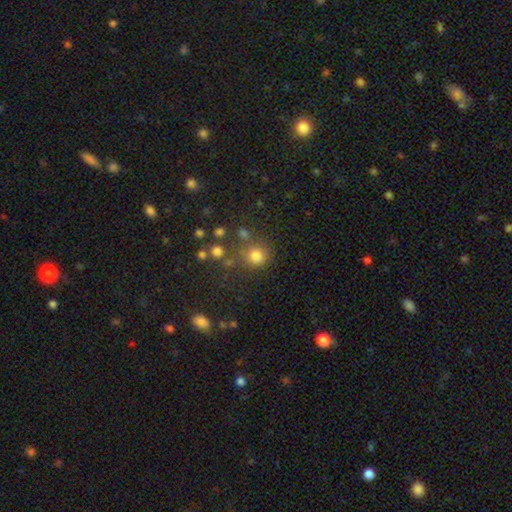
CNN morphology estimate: Smooth or featured? smooth (77%)
How rounded? round (88%)
Merging? none (66%)